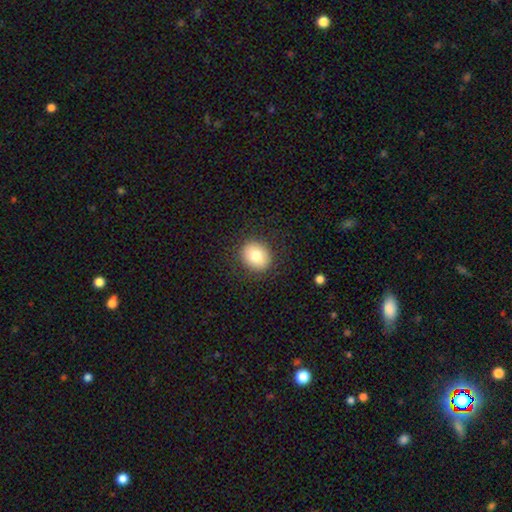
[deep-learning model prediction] smooth-or-featured: smooth: 80% | featured or disk: 12% | star or artifact: 9%
  how-rounded: round: 69% | in between: 30% | cigar-shaped: 1%
  merging: none: 88% | minor disturbance: 8% | major disturbance: 3% | merger: 1%